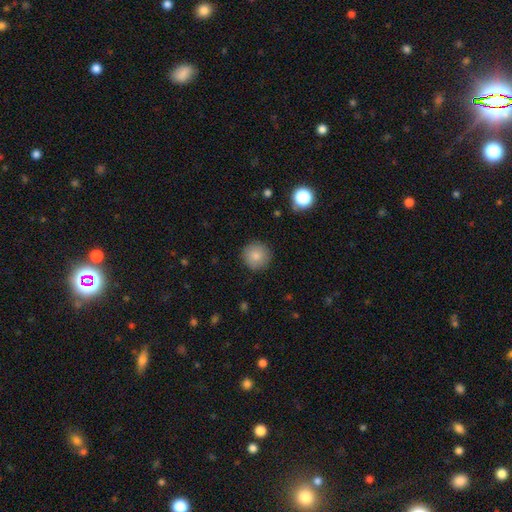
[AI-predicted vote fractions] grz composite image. It shows a smooth galaxy with no disk features (84%) that is round (96%). Merging: none (90%).